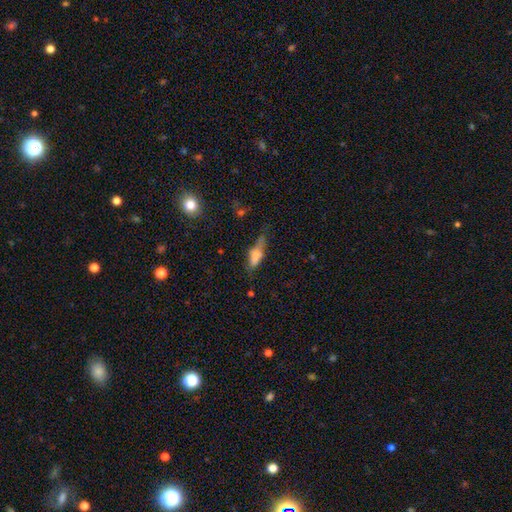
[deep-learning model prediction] Smooth or featured? Predicted: smooth (p=0.67). How rounded? Predicted: in between (p=0.53). Merging? Predicted: none (p=0.44).